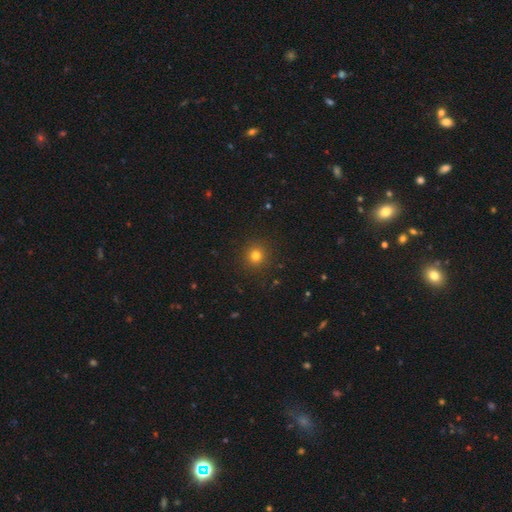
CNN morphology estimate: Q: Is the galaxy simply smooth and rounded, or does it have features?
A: smooth — 78%.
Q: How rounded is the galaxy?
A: round — 93%.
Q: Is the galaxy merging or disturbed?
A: none — 91%.